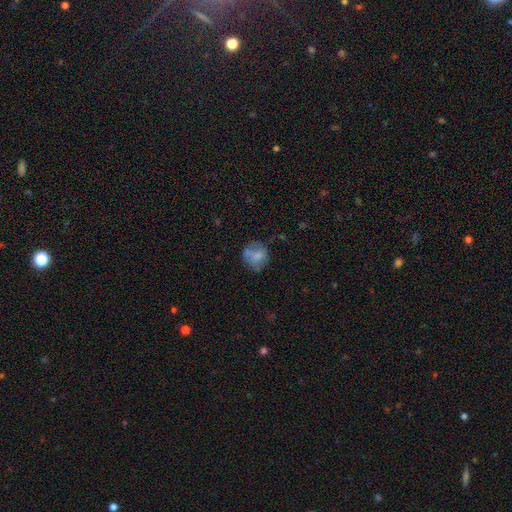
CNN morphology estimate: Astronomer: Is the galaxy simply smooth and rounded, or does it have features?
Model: smooth — 63%.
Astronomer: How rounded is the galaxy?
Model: round — 75%.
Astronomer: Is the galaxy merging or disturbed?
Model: none — 55%.